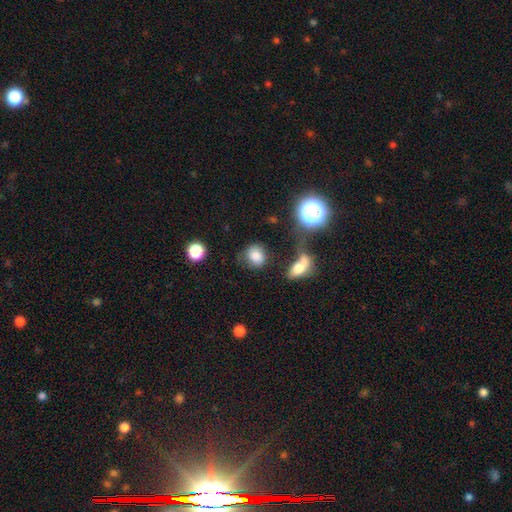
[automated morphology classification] Smooth or featured?
  - smooth: 79% *
  - star or artifact: 12%
  - featured or disk: 9%
How rounded?
  - round: 63% *
  - in between: 35%
  - cigar-shaped: 2%
Merging?
  - none: 58% *
  - minor disturbance: 20%
  - merger: 11%
  - major disturbance: 11%